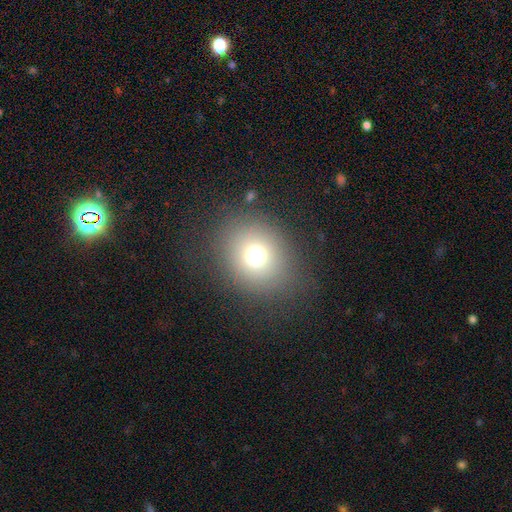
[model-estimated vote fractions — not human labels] Smooth or featured?
  - smooth: 71% *
  - star or artifact: 19%
  - featured or disk: 10%
How rounded?
  - round: 77% *
  - in between: 22%
  - cigar-shaped: 1%
Merging?
  - none: 84% *
  - minor disturbance: 9%
  - major disturbance: 6%
  - merger: 2%